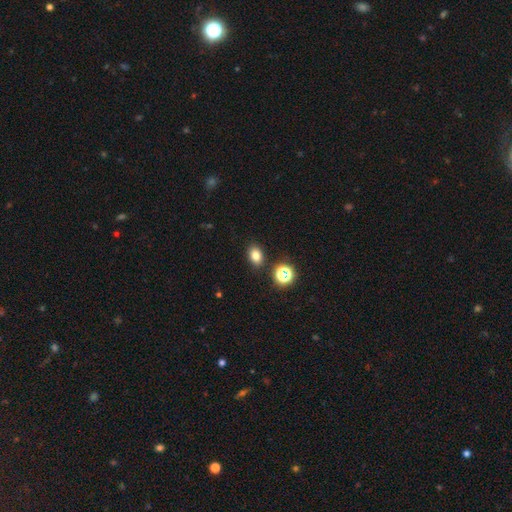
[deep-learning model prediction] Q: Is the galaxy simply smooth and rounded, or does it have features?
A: smooth — 79%.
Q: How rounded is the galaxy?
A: in between — 70%.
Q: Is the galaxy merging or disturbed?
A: none — 85%.